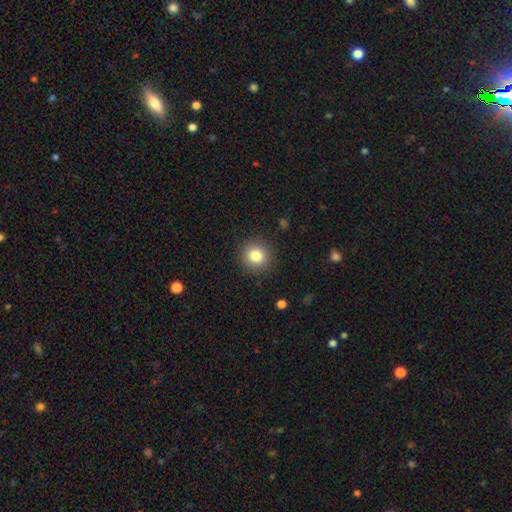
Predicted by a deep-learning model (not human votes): Smooth or featured? smooth (82%)
How rounded? round (92%)
Merging? none (90%)